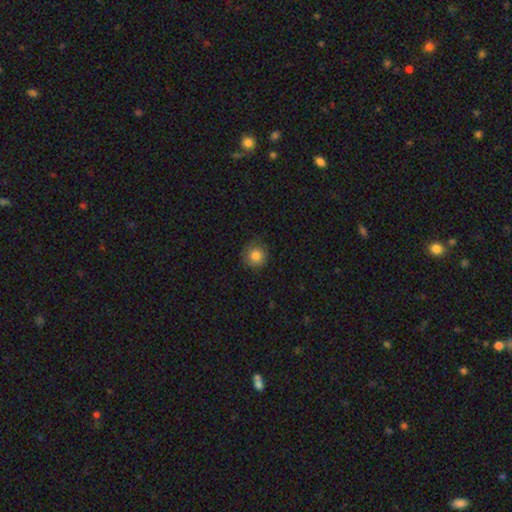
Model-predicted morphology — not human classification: type=smooth (82%); roundness=round (93%); merging=none (82%).